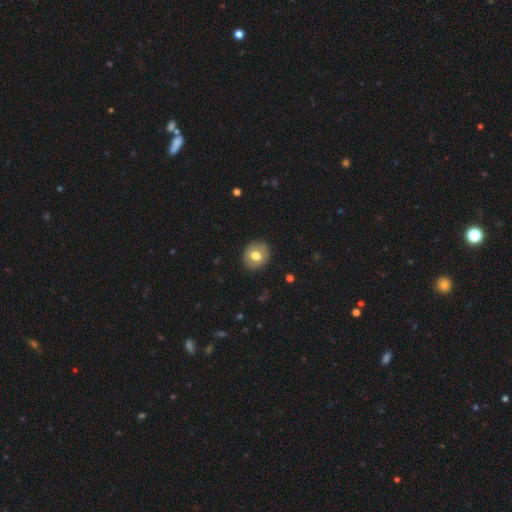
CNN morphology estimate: A smooth galaxy with no disk features (72%) that is round (83%). Merging: none (90%).